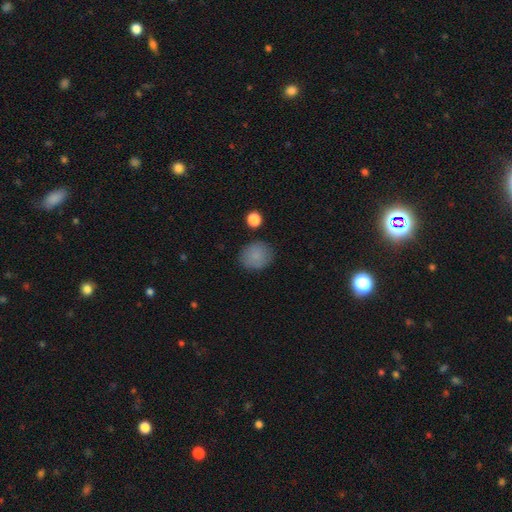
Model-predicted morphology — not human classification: Q: Smooth or featured?
A: smooth (85%); runner-up: star or artifact (9%)
Q: How rounded?
A: round (73%); runner-up: in between (26%)
Q: Merging?
A: none (82%); runner-up: minor disturbance (12%)